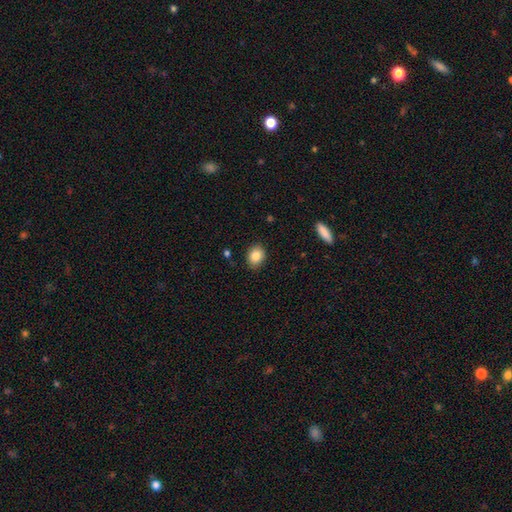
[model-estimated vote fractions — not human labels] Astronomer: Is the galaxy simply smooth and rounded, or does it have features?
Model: smooth — 86%.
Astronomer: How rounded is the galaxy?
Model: round — 53% (runner-up: in between, 45%).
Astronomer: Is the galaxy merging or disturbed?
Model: none — 87%.